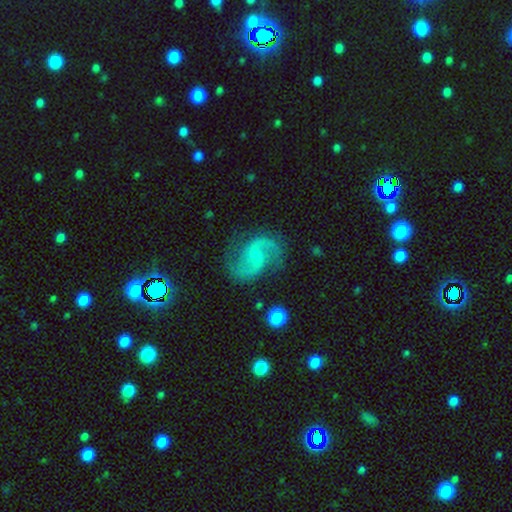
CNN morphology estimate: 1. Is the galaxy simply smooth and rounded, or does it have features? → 89% featured or disk, 6% star or artifact, 6% smooth.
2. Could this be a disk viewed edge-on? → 98% no, 2% yes.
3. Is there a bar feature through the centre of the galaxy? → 49% no, 41% weak, 10% strong.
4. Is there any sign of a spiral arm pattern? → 97% yes, 3% no.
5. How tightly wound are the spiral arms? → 48% medium, 42% loose, 10% tight.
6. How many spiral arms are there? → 93% 2, 2% can't tell, 1% 1, 1% 3, 1% 4, 1% more than 4.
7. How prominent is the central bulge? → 72% small, 17% moderate, 9% none, 1% large, 1% dominant.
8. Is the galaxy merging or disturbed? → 77% none, 15% minor disturbance, 6% major disturbance, 2% merger.